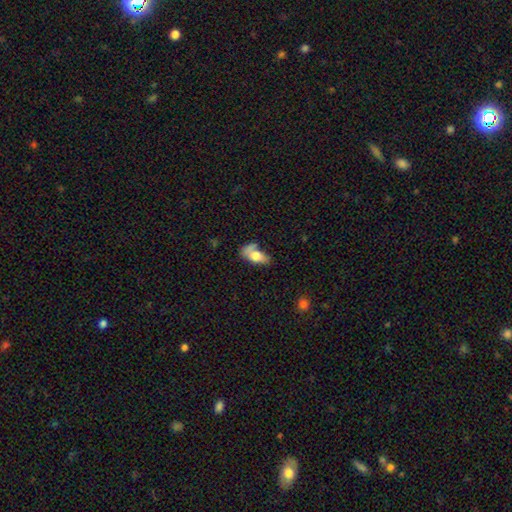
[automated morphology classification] smooth_or_featured: smooth (p=0.70) [alt: featured or disk p=0.22]
how_rounded: in between (p=0.86) [alt: cigar-shaped p=0.08]
merging: none (p=0.37) [alt: merger p=0.23]